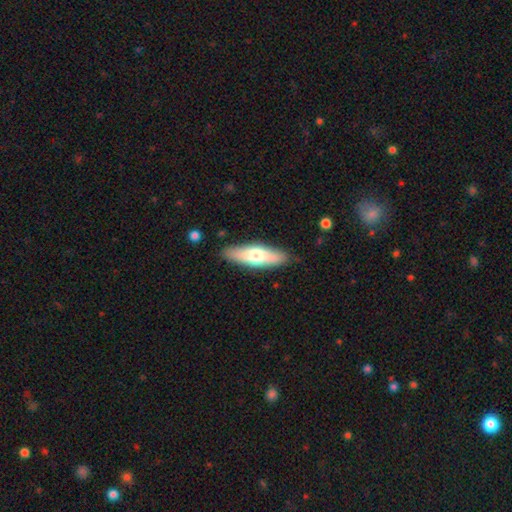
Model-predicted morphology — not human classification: Smooth or featured: smooth — 55% (featured or disk — 39%)
How rounded: cigar-shaped — 54% (in between — 44%)
Merging: none — 87% (minor disturbance — 10%)